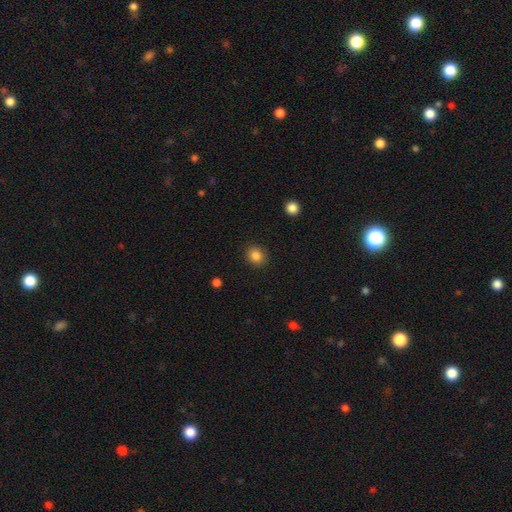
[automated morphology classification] A smooth galaxy with no disk features (85%) that is round (69%).

Vote fractions:
- Smooth or featured? smooth: 85% / star or artifact: 10% / featured or disk: 4%
- How rounded? round: 69% / in between: 30% / cigar-shaped: 1%
- Merging? none: 90% / minor disturbance: 7% / major disturbance: 2% / merger: 1%